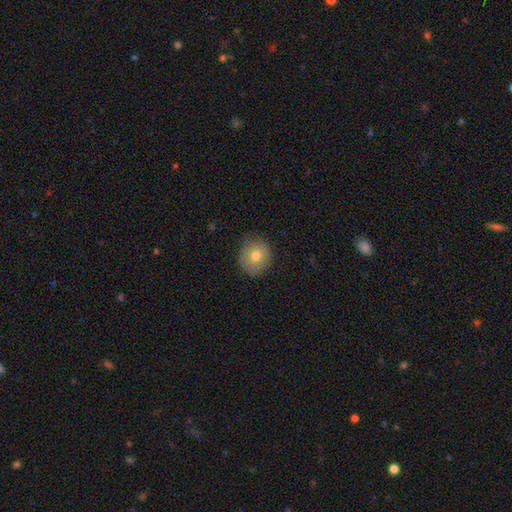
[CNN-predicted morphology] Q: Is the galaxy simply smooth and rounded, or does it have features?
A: smooth — 74%.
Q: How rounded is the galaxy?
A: round — 81%.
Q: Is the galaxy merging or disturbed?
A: none — 78%.